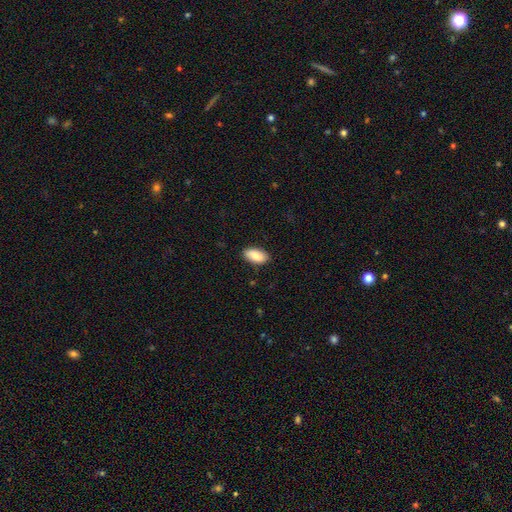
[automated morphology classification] Smooth or featured: smooth — 86% (featured or disk — 8%)
How rounded: in between — 93% (cigar-shaped — 5%)
Merging: none — 87% (minor disturbance — 10%)